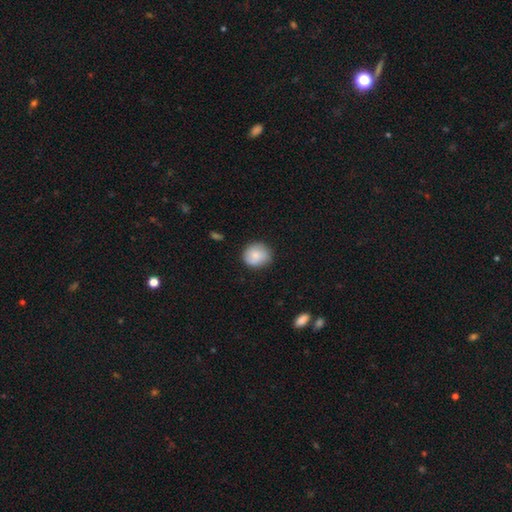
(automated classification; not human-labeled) Smooth or featured? Predicted: smooth (p=0.80). How rounded? Predicted: round (p=0.79). Merging? Predicted: none (p=0.76).